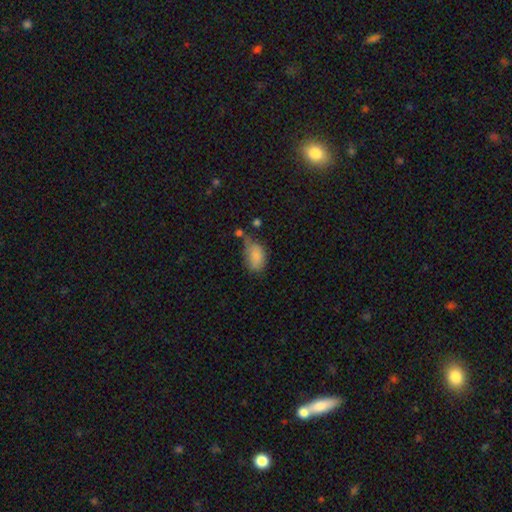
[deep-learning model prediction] smooth 82%, featured or disk 9%, star or artifact 9%. Down the decision tree: how rounded — in between (90%); merging — none (40%).